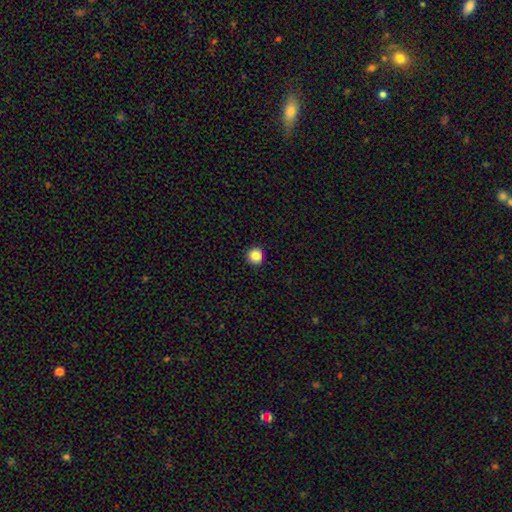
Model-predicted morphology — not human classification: smooth_or_featured: smooth (p=0.85) [alt: star or artifact p=0.10]
how_rounded: round (p=0.94) [alt: in between p=0.05]
merging: none (p=0.93) [alt: minor disturbance p=0.05]